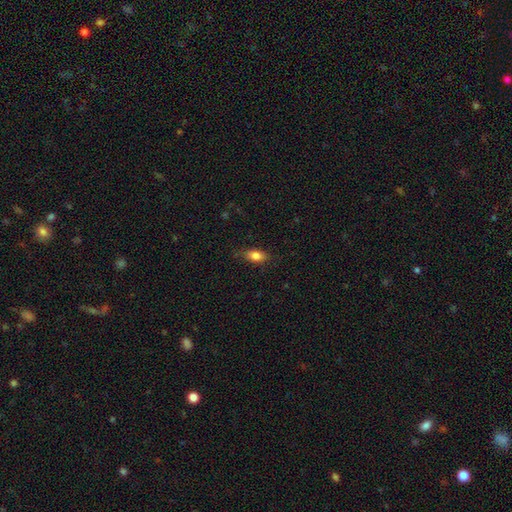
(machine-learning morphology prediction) Q: Smooth or featured?
A: smooth (83%); runner-up: featured or disk (9%)
Q: How rounded?
A: in between (85%); runner-up: cigar-shaped (9%)
Q: Merging?
A: none (81%); runner-up: minor disturbance (15%)